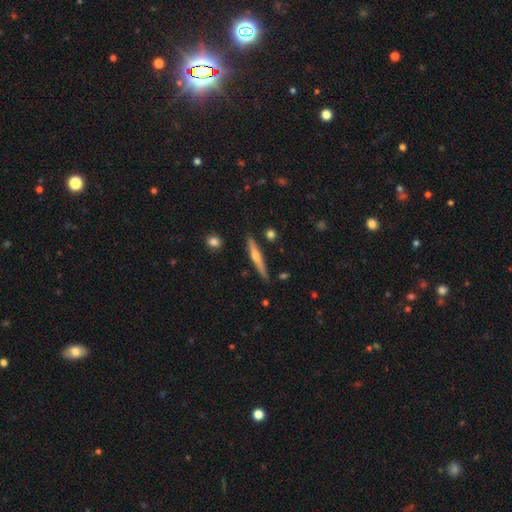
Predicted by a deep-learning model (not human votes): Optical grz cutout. It shows a featured or disk galaxy (58%) viewed edge-on (97%) with a rounded central bulge (78%). Merging: none (87%).